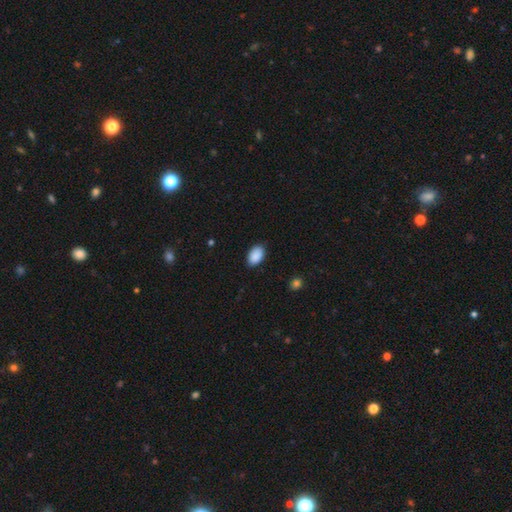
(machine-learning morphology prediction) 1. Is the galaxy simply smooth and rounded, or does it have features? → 90% smooth, 7% star or artifact, 3% featured or disk.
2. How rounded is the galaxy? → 91% in between, 8% round, 1% cigar-shaped.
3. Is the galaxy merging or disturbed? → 86% none, 10% minor disturbance, 2% major disturbance, 1% merger.